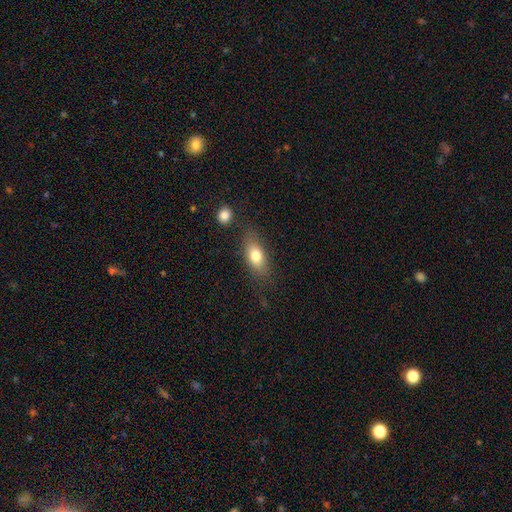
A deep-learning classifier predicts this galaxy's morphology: smooth-or-featured: smooth: 76% | featured or disk: 16% | star or artifact: 8%
  how-rounded: in between: 81% | cigar-shaped: 11% | round: 8%
  merging: none: 73% | minor disturbance: 17% | major disturbance: 6% | merger: 5%